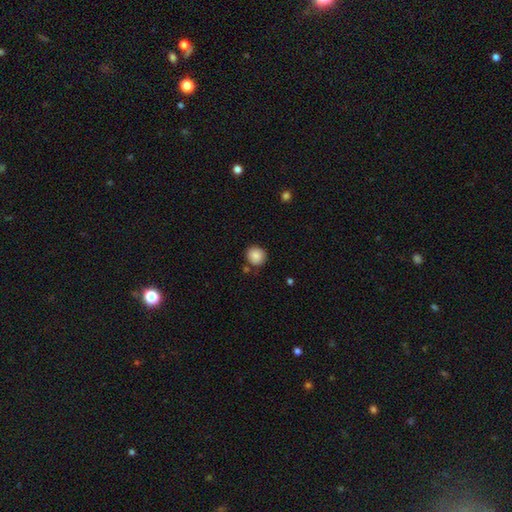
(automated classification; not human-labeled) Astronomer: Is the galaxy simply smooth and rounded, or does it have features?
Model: smooth — 86%.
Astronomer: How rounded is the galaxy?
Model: round — 90%.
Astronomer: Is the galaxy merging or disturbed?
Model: none — 83%.